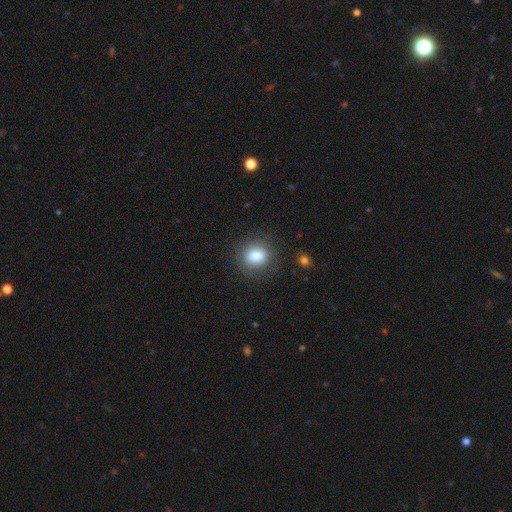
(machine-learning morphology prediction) This appears to be a smooth galaxy with no disk features (81%) that is round (58%). Merging: none (84%).